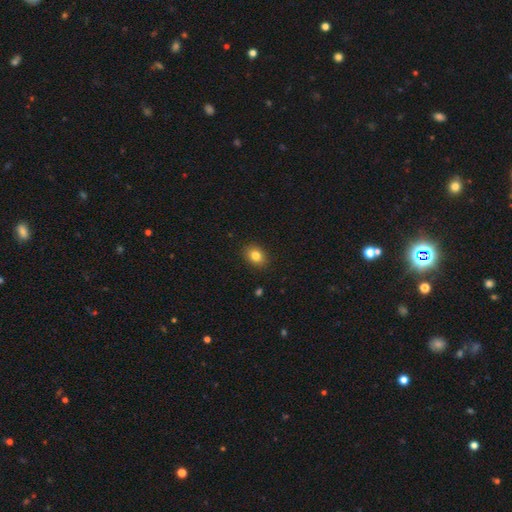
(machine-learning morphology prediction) Smooth or featured? smooth (82%)
How rounded? in between (60%)
Merging? none (89%)